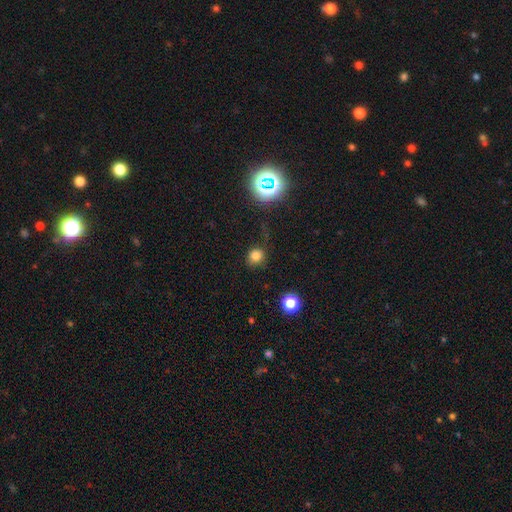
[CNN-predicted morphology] Q: Smooth or featured?
A: smooth (76%); runner-up: star or artifact (18%)
Q: How rounded?
A: round (85%); runner-up: in between (14%)
Q: Merging?
A: none (77%); runner-up: minor disturbance (15%)